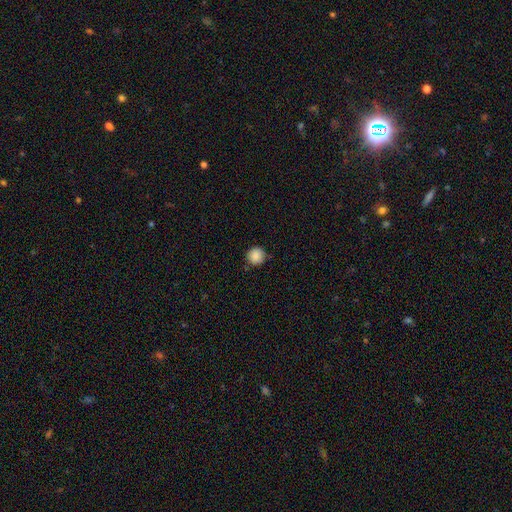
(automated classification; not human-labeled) Overall: smooth (87%). How rounded: round (95%). Merging: none (85%).